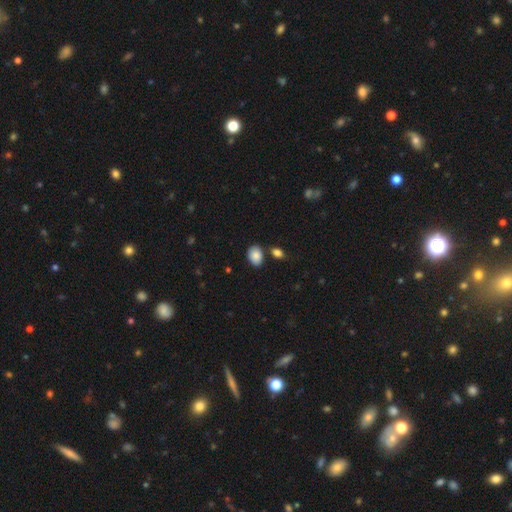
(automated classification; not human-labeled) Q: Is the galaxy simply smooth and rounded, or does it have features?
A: smooth — 87%.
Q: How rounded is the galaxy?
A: in between — 79%.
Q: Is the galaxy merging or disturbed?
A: none — 77%.